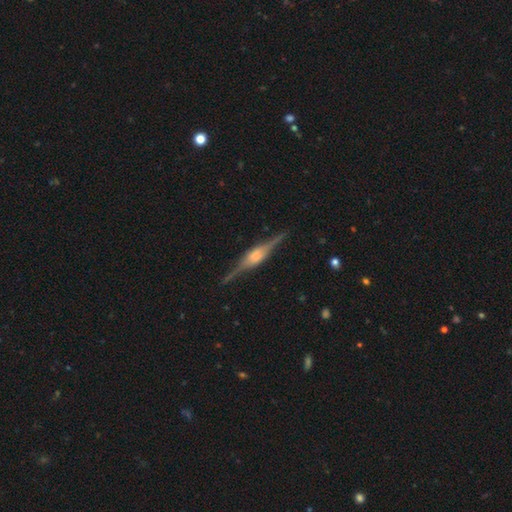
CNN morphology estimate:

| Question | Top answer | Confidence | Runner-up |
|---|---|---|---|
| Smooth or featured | featured or disk | 85% | smooth (10%) |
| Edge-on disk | yes | 98% | no (2%) |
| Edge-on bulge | rounded | 64% | boxy (33%) |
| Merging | none | 85% | minor disturbance (11%) |